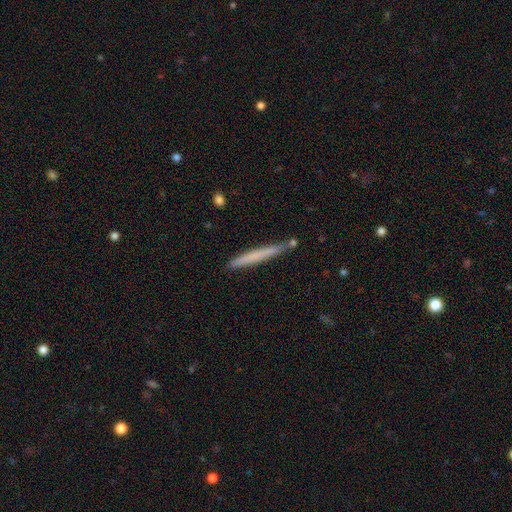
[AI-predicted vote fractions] This is likely a smooth galaxy (64%). How rounded: clearly cigar-shaped (97%). Merging: clearly none (81%).